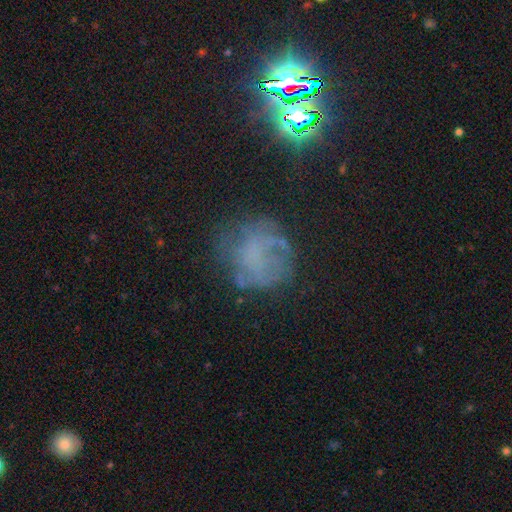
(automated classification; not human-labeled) smooth-or-featured: featured or disk: 38% | smooth: 31% | star or artifact: 31%
  merging: none: 62% | minor disturbance: 19% | major disturbance: 16% | merger: 3%